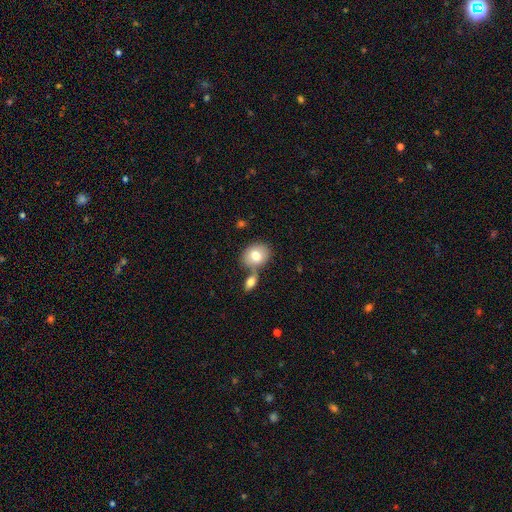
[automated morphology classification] The model was most divided on "how rounded": in between: 53%, round: 46%, cigar-shaped: 1%. More confident: smooth or featured — smooth (77%); merging — none (54%).